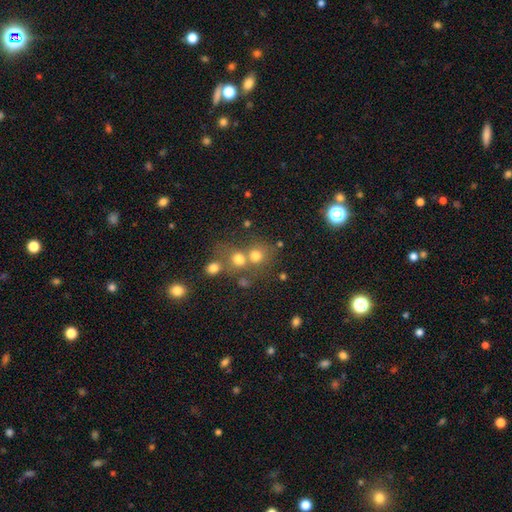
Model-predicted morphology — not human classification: type=smooth (72%); roundness=round (82%); merging=none (46%).